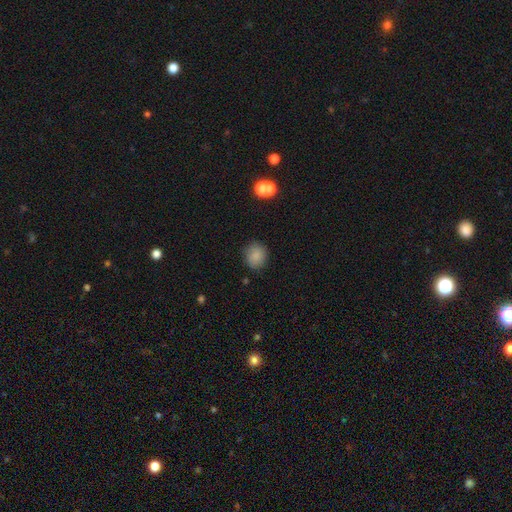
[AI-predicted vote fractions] A smooth galaxy with no disk features (85%) that is round (77%).

Vote fractions:
- Smooth or featured? smooth: 85% / star or artifact: 10% / featured or disk: 5%
- How rounded? round: 77% / in between: 22% / cigar-shaped: 1%
- Merging? none: 86% / minor disturbance: 10% / major disturbance: 3% / merger: 2%